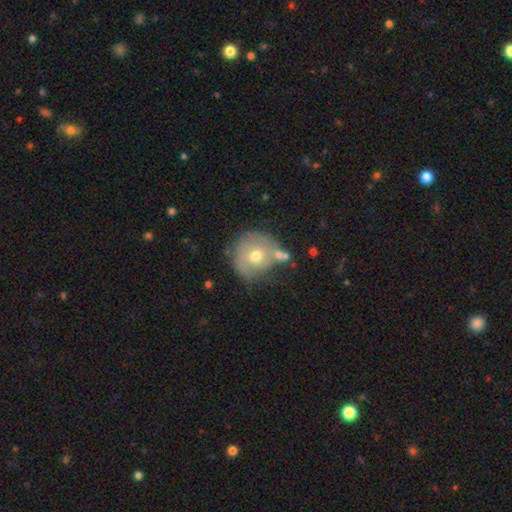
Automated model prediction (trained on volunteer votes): A smooth galaxy with no disk features (55%) that is round (91%). Merging: none (55%).